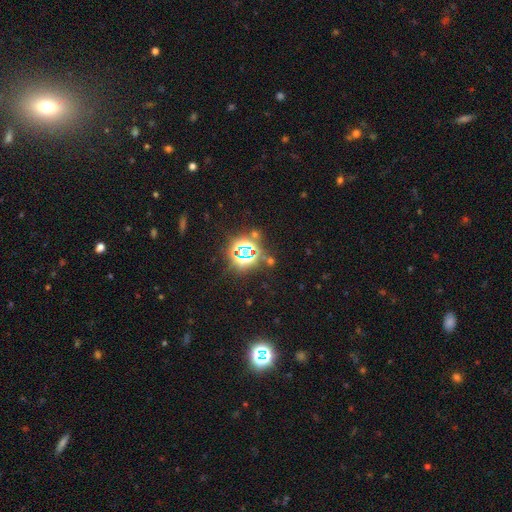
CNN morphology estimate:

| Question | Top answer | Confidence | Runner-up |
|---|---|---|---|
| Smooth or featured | star or artifact | 78% | smooth (13%) |